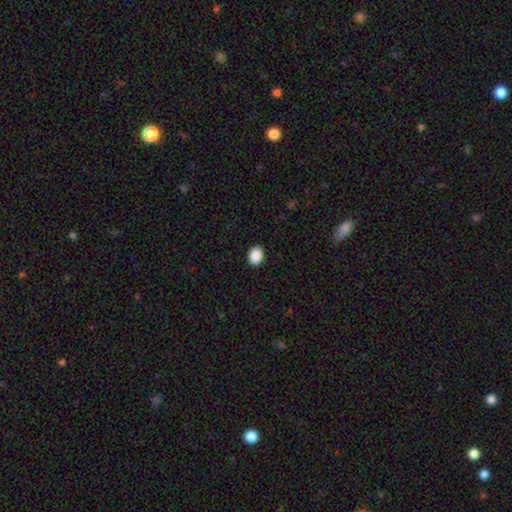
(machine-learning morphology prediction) The model was most divided on "how rounded": in between: 59%, round: 40%, cigar-shaped: 1%. More confident: merging — none (91%); smooth or featured — smooth (90%).